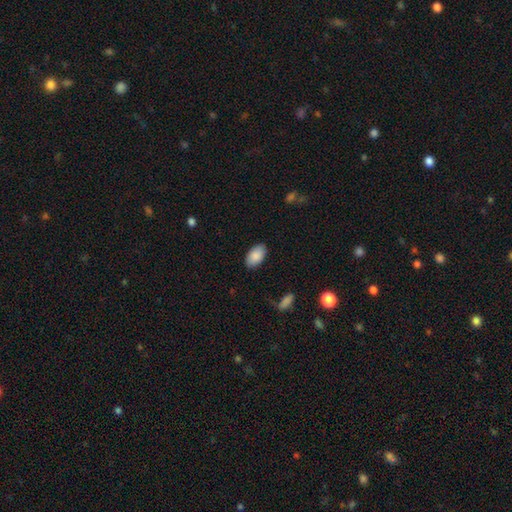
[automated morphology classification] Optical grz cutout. It shows a smooth galaxy with no disk features (88%) that is in between round and cigar-shaped (95%). Merging: none (86%).